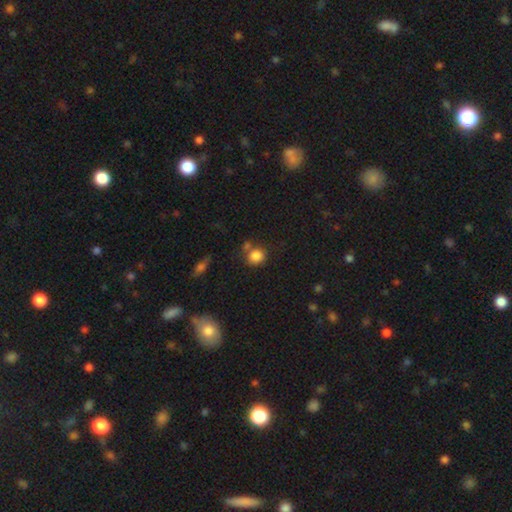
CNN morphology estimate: Smooth or featured? Predicted: smooth (p=0.84). How rounded? Predicted: round (p=0.82). Merging? Predicted: none (p=0.66).